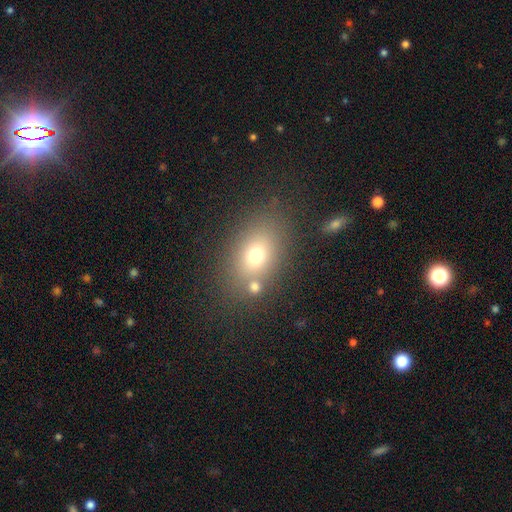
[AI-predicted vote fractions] smooth_or_featured: smooth (p=0.71) [alt: featured or disk p=0.15]
how_rounded: in between (p=0.74) [alt: round p=0.24]
merging: none (p=0.71) [alt: merger p=0.12]